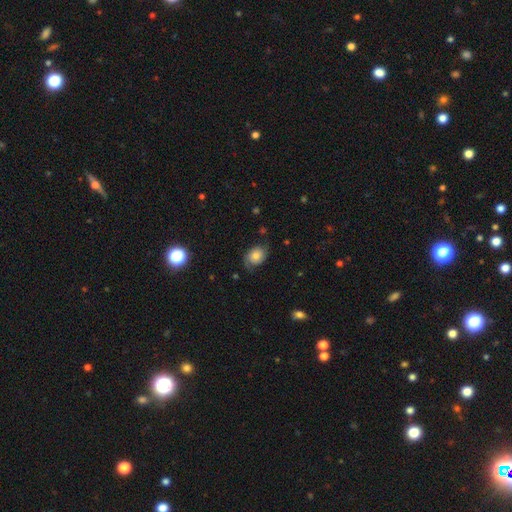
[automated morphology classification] Smooth or featured? Predicted: featured or disk (p=0.50). Edge-on disk? Predicted: no (p=0.96). Merging? Predicted: none (p=0.64).